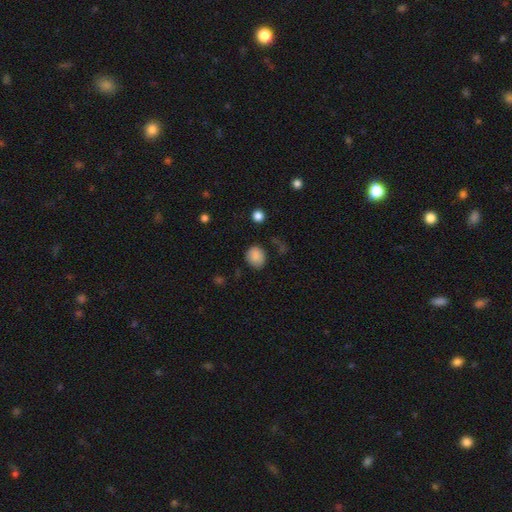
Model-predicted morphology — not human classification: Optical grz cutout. It shows a smooth galaxy with no disk features (85%) that is round (68%). Merging: none (77%).